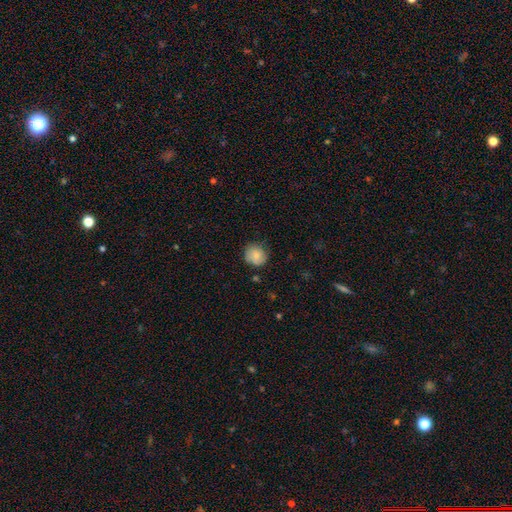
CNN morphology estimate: This is likely a smooth galaxy (80%). How rounded: clearly round (88%). Merging: likely none (74%).